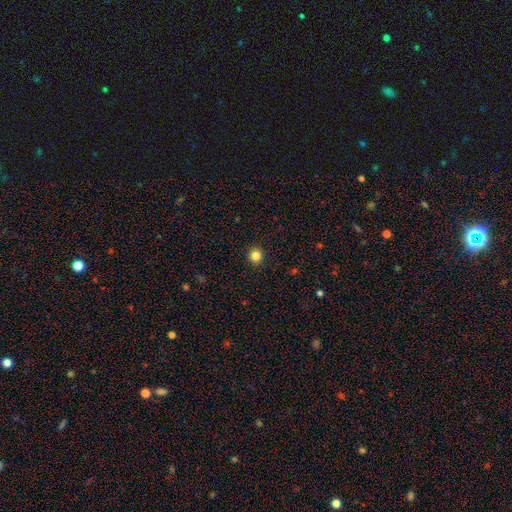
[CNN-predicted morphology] This appears to be a smooth galaxy with no disk features (83%) that is round (93%). Merging: none (93%).